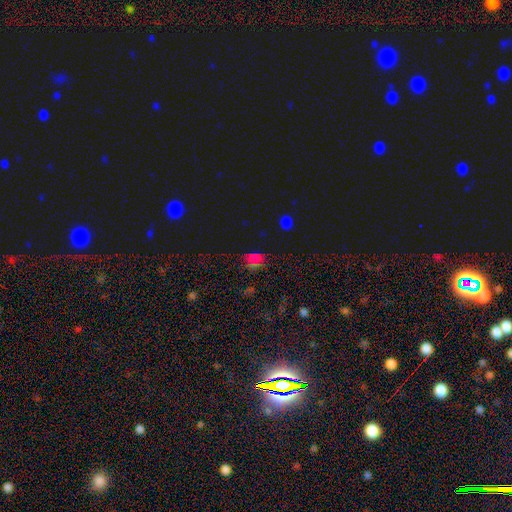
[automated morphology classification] Smooth or featured?
  - star or artifact: 46% * (tied)
  - smooth: 46% * (tied)
  - featured or disk: 8%